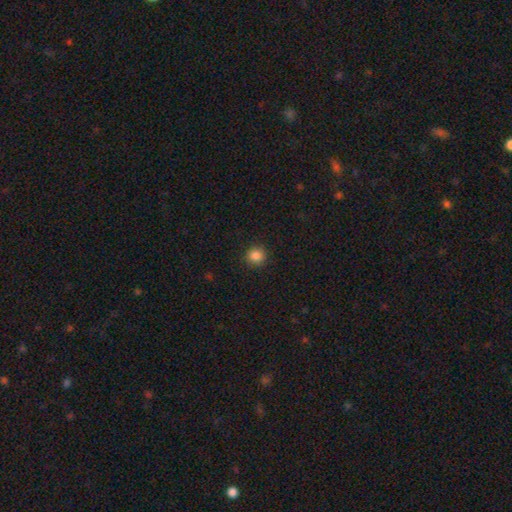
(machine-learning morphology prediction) A smooth galaxy with no disk features (85%) that is round (92%). Merging: none (90%).